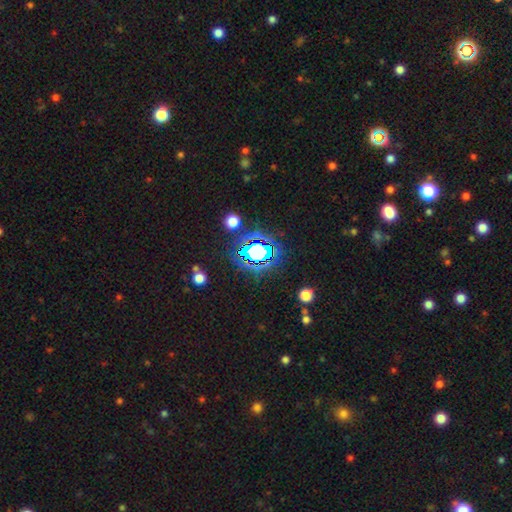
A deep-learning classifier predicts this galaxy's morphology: Smooth or featured: star or artifact — 80% (smooth — 12%)